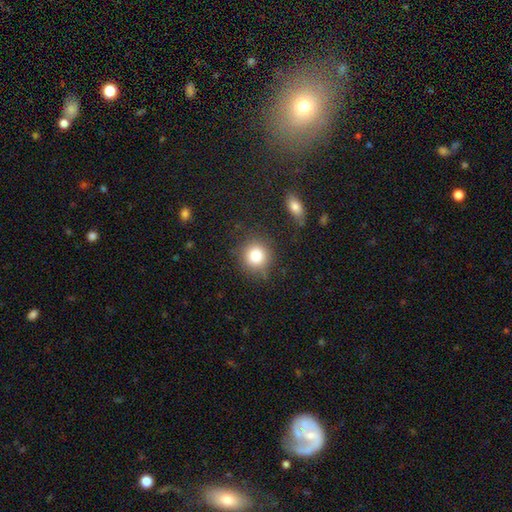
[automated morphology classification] Overall: smooth (83%). How rounded: round (89%). Merging: none (79%).